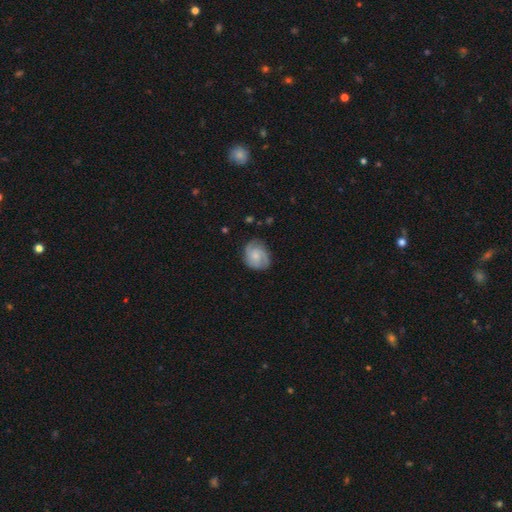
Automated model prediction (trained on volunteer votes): Smooth or featured: featured or disk — 64% (smooth — 29%)
Edge-on disk: no — 98% (yes — 2%)
Bar: no — 71% (weak — 25%)
Spiral arms: yes — 93% (no — 7%)
Spiral winding: tight — 44% (medium — 43%)
Spiral arm count: 2 — 37% (3 — 34%)
Bulge size: small — 55% (moderate — 34%)
Merging: none — 72% (minor disturbance — 21%)